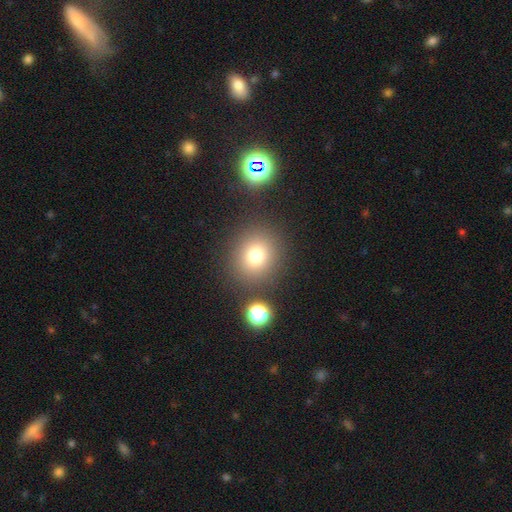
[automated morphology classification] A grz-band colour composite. It shows a smooth galaxy with no disk features (77%) that is round (79%). Merging: none (82%).